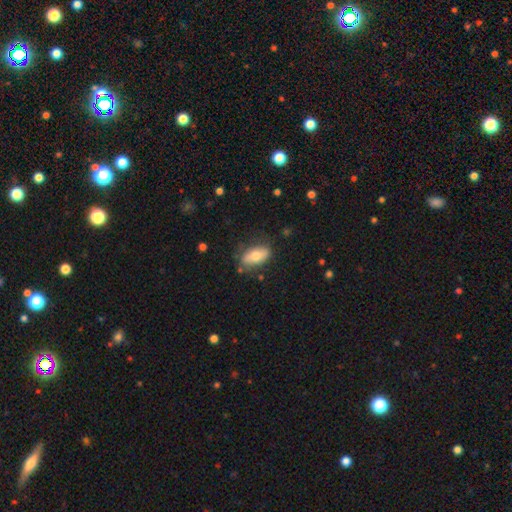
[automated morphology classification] The model was most divided on "smooth or featured": smooth: 66%, featured or disk: 27%, star or artifact: 6%. More confident: how rounded — in between (88%); merging — none (73%).